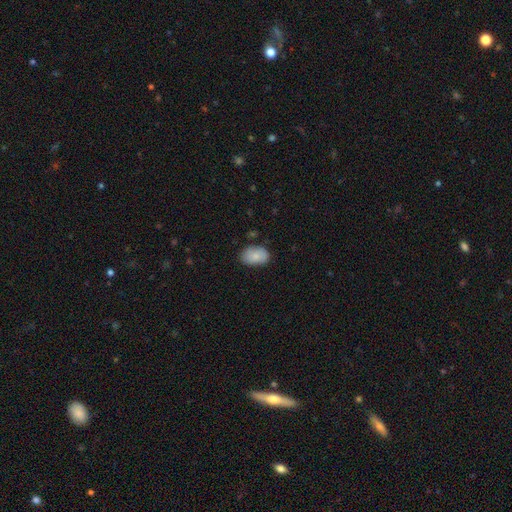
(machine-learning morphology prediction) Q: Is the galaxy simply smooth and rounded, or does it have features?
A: smooth — 84%.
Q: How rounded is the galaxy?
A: in between — 88%.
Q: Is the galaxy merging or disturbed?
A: none — 76%.